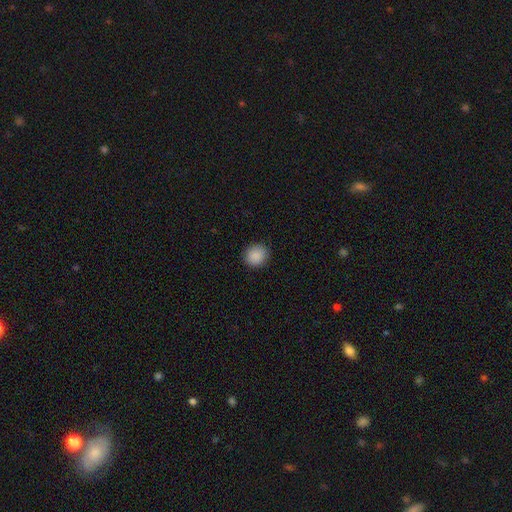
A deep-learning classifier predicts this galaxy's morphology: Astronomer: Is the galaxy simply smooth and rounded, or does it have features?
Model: smooth — 89%.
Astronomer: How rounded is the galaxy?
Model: round — 85%.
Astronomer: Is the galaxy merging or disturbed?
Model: none — 89%.